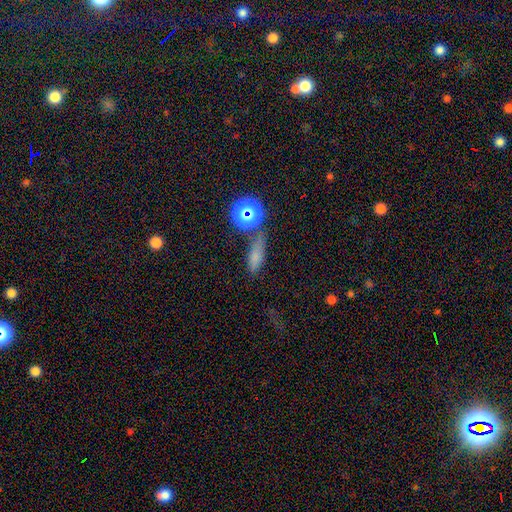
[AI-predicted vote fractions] A smooth galaxy with no disk features (66%) that is in between round and cigar-shaped (46%). Merging: none (59%).